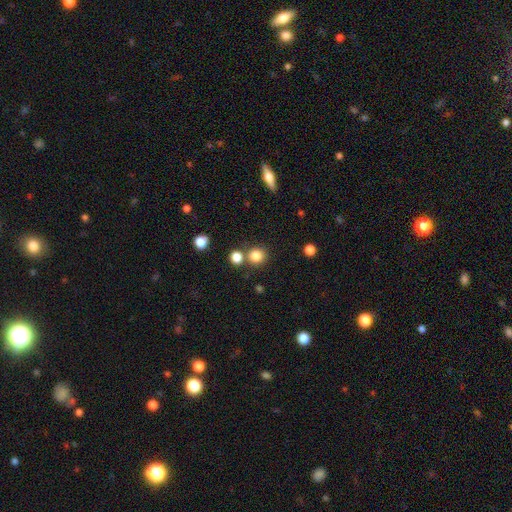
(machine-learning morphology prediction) This is clearly a smooth galaxy (82%). How rounded: clearly round (90%). Merging: likely none (74%).